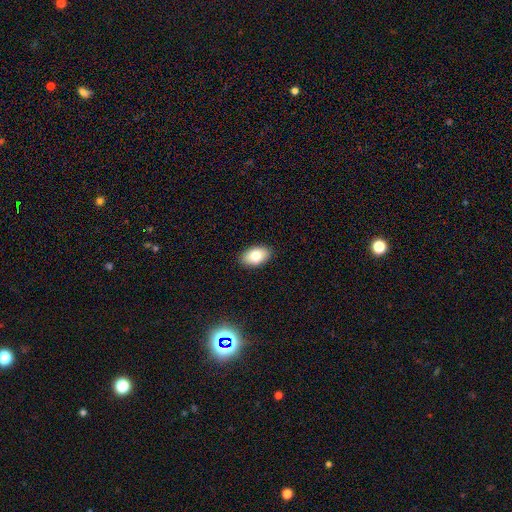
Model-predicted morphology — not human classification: The model was most divided on "smooth or featured": smooth: 81%, featured or disk: 11%, star or artifact: 7%. More confident: how rounded — in between (93%); merging — none (89%).